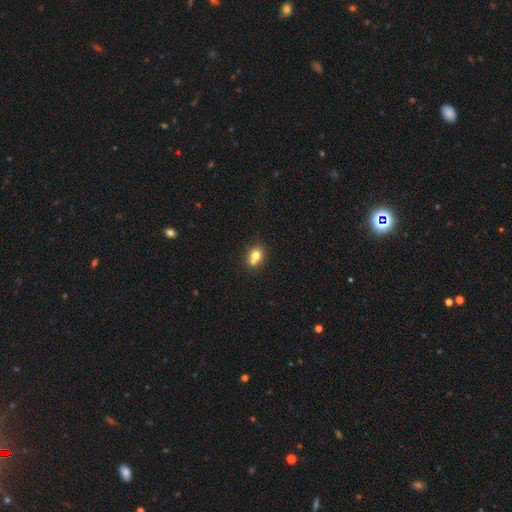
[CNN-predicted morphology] A smooth galaxy with no disk features (73%) that is round (62%).

Vote fractions:
- Smooth or featured? smooth: 73% / featured or disk: 16% / star or artifact: 11%
- How rounded? round: 62% / in between: 37% / cigar-shaped: 1%
- Merging? none: 45% / merger: 40% / minor disturbance: 11% / major disturbance: 4%